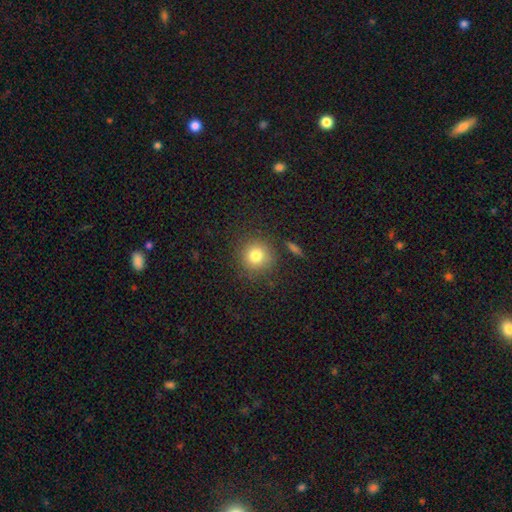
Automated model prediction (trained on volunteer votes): Overall: smooth (80%). How rounded: round (92%). Merging: none (86%).